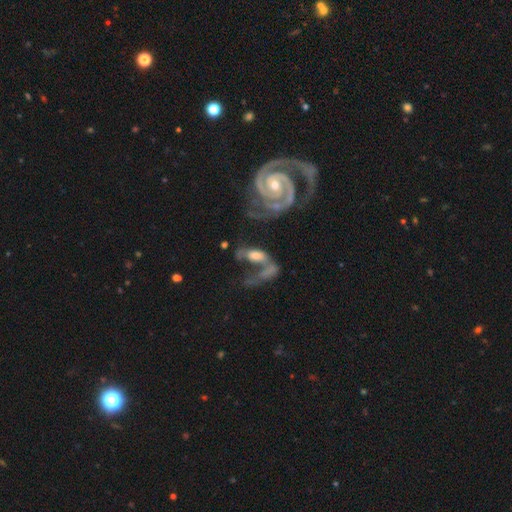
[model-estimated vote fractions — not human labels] smooth_or_featured: featured or disk (p=0.65) [alt: smooth p=0.26]
disk_edge_on: no (p=0.91) [alt: yes p=0.09]
bar: no (p=0.62) [alt: weak p=0.27]
has_spiral_arms: yes (p=0.72) [alt: no p=0.28]
bulge_size: moderate (p=0.48) [alt: small p=0.27]
merging: major disturbance (p=0.36) [alt: merger p=0.31]